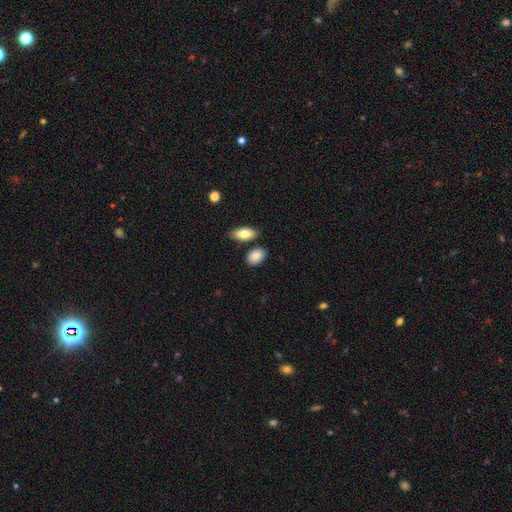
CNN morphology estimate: smooth 86%, featured or disk 7%, star or artifact 7%. Down the decision tree: how rounded — in between (87%); merging — none (74%).